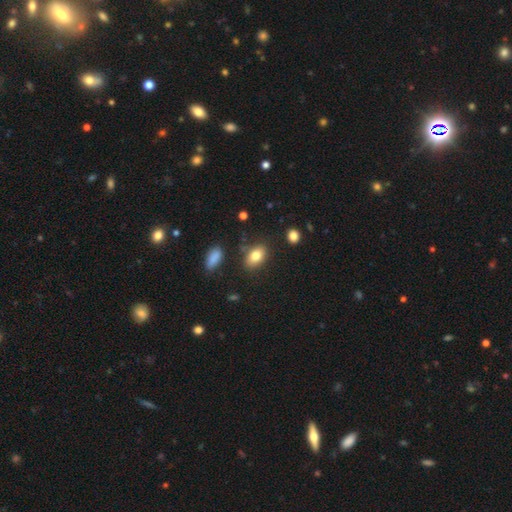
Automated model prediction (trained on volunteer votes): smooth-or-featured: smooth: 81% | featured or disk: 10% | star or artifact: 9%
  how-rounded: in between: 86% | round: 12% | cigar-shaped: 2%
  merging: none: 80% | minor disturbance: 13% | merger: 4% | major disturbance: 3%